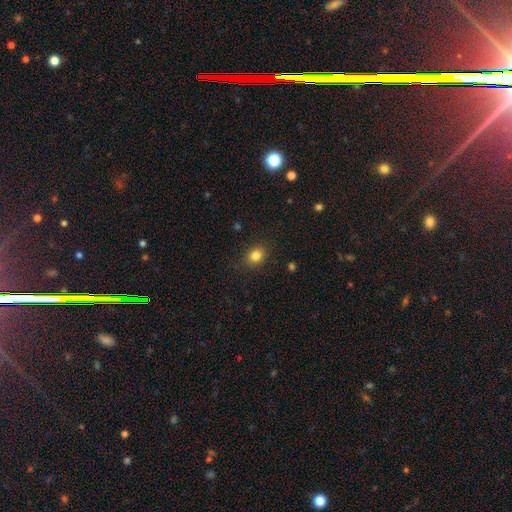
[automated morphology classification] smooth-or-featured: smooth: 83% | star or artifact: 11% | featured or disk: 5%
  how-rounded: round: 65% | in between: 34% | cigar-shaped: 1%
  merging: none: 89% | minor disturbance: 8% | major disturbance: 2% | merger: 1%